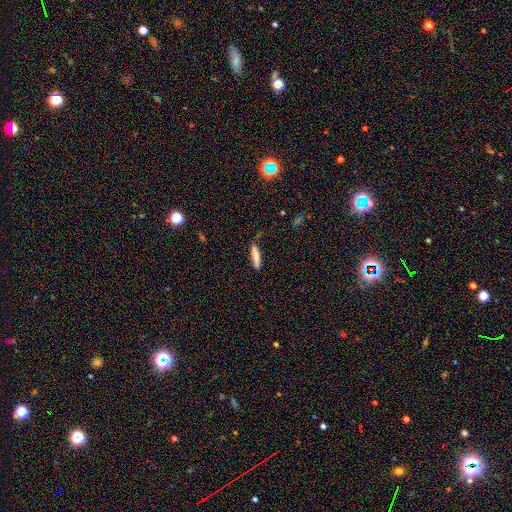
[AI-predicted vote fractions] smooth_or_featured: smooth (p=0.80) [alt: featured or disk p=0.13]
how_rounded: cigar-shaped (p=0.86) [alt: in between p=0.13]
merging: none (p=0.74) [alt: minor disturbance p=0.19]